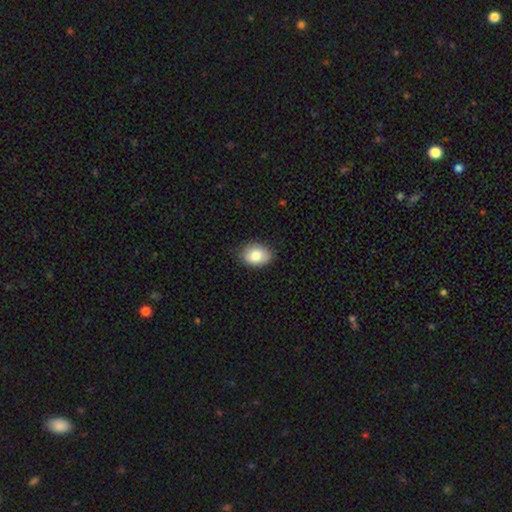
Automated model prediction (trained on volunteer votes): A smooth galaxy with no disk features (83%) that is in between round and cigar-shaped (70%).

Vote fractions:
- Smooth or featured? smooth: 83% / featured or disk: 9% / star or artifact: 8%
- How rounded? in between: 70% / round: 29% / cigar-shaped: 1%
- Merging? none: 81% / minor disturbance: 15% / major disturbance: 3% / merger: 1%